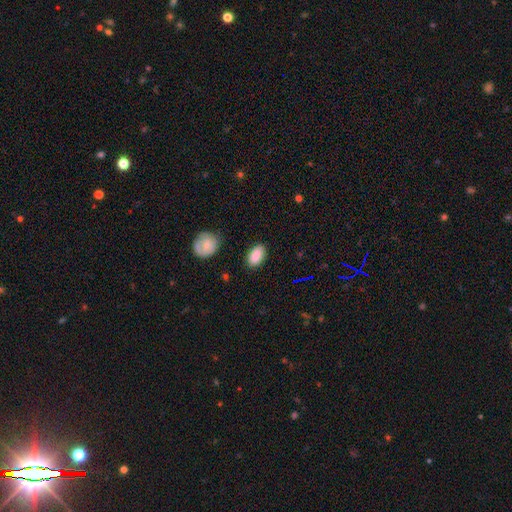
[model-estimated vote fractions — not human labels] This is clearly a smooth galaxy (87%). How rounded: clearly in between (92%). Merging: clearly none (83%).